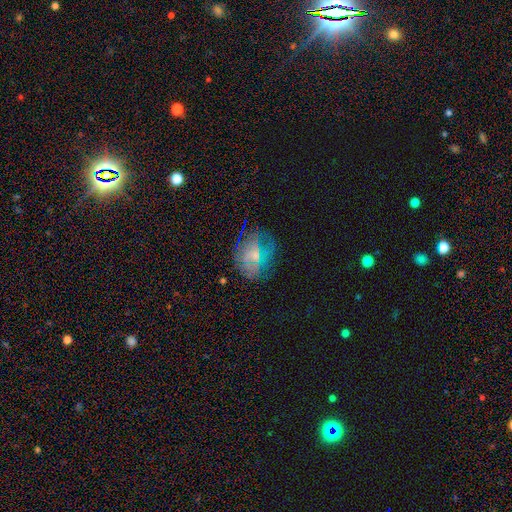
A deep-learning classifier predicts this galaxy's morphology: Smooth or featured?
  - smooth: 45% *
  - featured or disk: 36%
  - star or artifact: 18%
Merging?
  - none: 62% *
  - minor disturbance: 23%
  - major disturbance: 13%
  - merger: 3%